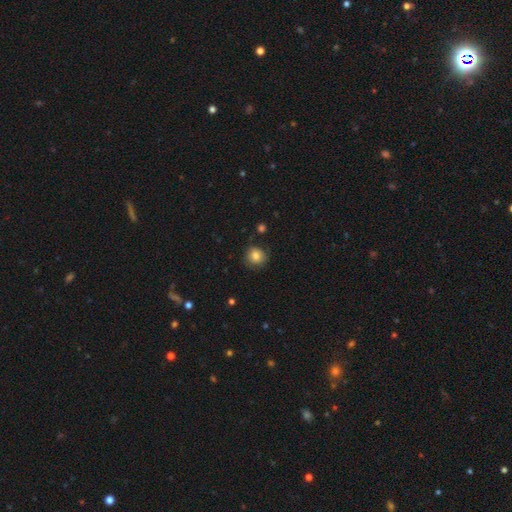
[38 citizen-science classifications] This appears to be a smooth galaxy with no disk features (87%) that is round (88%). Merging: none (80%).